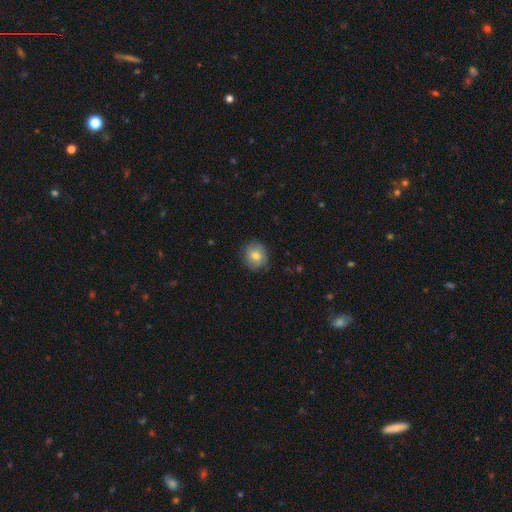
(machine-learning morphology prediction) type=smooth (78%); roundness=round (85%); merging=none (86%).